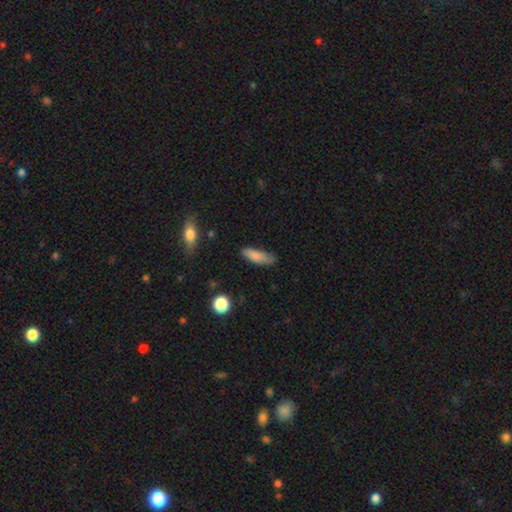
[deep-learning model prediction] A smooth galaxy with no disk features (81%) that is in between round and cigar-shaped (50%). Merging: none (75%).